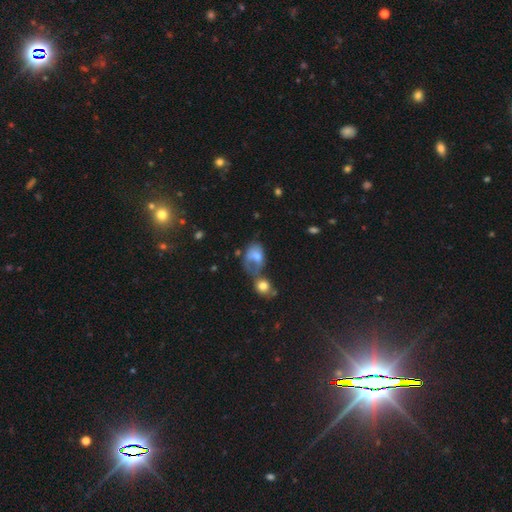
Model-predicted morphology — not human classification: smooth 62%, featured or disk 28%, star or artifact 10%. Down the decision tree: how rounded — in between (73%); merging — merger (46%).